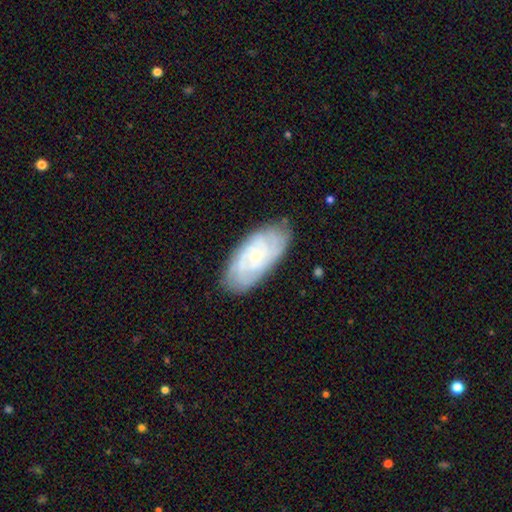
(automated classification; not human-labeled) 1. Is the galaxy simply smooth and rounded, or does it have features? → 73% featured or disk, 20% smooth, 6% star or artifact.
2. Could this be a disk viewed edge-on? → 94% no, 6% yes.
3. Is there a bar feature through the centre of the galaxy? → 71% no, 25% weak, 5% strong.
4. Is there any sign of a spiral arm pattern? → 93% yes, 7% no.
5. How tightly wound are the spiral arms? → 70% tight, 25% medium, 6% loose.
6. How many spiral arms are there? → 41% can't tell, 21% 2, 17% 3, 12% 4, 5% more than 4, 4% 1.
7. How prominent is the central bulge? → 74% small, 21% moderate, 3% none, 1% large, 1% dominant.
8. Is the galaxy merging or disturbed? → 80% none, 15% minor disturbance, 3% major disturbance, 1% merger.